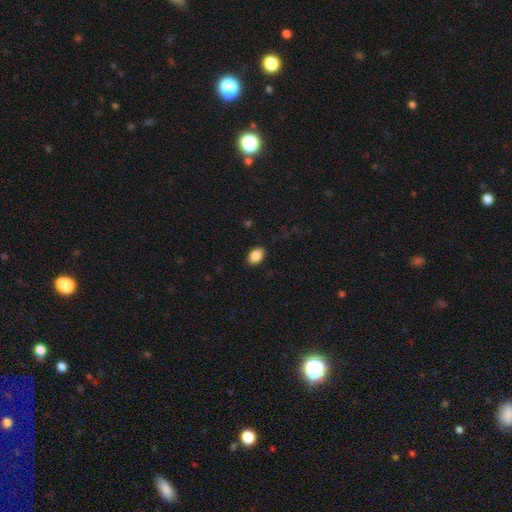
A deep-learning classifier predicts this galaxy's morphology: Smooth or featured? Predicted: smooth (p=0.88). How rounded? Predicted: in between (p=0.87). Merging? Predicted: none (p=0.89).